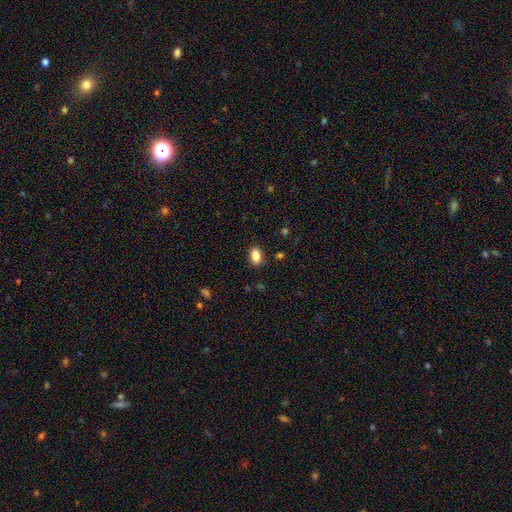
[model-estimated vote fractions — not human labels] smooth 86%, star or artifact 9%, featured or disk 5%. Down the decision tree: how rounded — in between (85%); merging — none (86%).